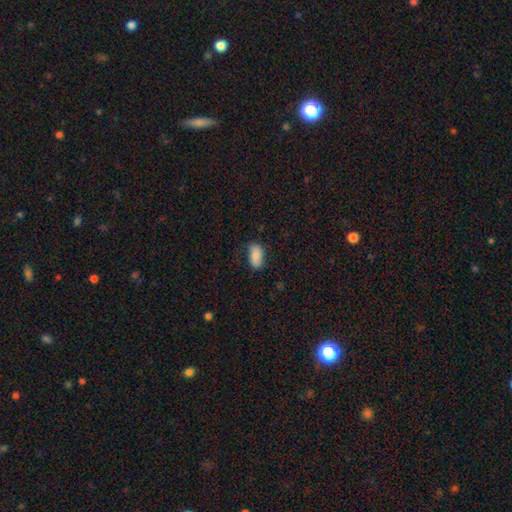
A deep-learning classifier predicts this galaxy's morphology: The model was most divided on "merging": none: 73%, minor disturbance: 21%, major disturbance: 4%, merger: 1%. More confident: how rounded — in between (93%); smooth or featured — smooth (84%).